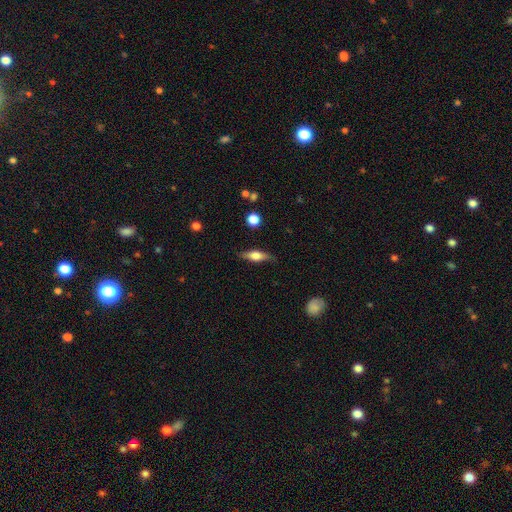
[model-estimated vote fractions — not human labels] The model was most divided on "smooth or featured": featured or disk: 49%, smooth: 44%, star or artifact: 7%. More confident: merging — none (80%).